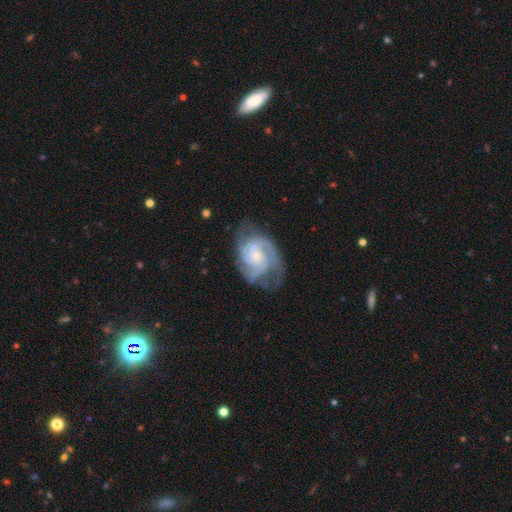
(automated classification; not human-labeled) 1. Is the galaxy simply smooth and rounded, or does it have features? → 88% featured or disk, 7% smooth, 5% star or artifact.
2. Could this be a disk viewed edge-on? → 98% no, 2% yes.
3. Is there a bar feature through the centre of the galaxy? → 65% no, 30% weak, 5% strong.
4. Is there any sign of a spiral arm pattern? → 98% yes, 2% no.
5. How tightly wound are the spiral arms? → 51% tight, 41% medium, 7% loose.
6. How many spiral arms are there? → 39% 3, 28% 2, 14% can't tell, 10% 4, 5% 1, 5% more than 4.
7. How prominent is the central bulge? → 63% small, 29% moderate, 5% none, 3% large, 1% dominant.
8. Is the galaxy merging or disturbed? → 68% none, 21% minor disturbance, 10% major disturbance, 1% merger.